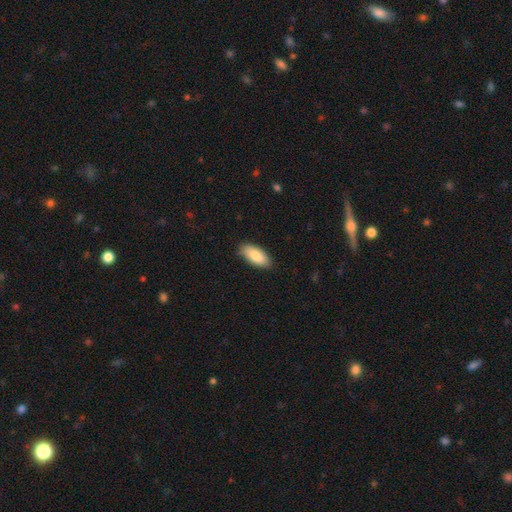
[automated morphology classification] The model was most divided on "merging": none: 85%, minor disturbance: 12%, major disturbance: 2%, merger: 1%. More confident: how rounded — in between (88%); smooth or featured — smooth (84%).